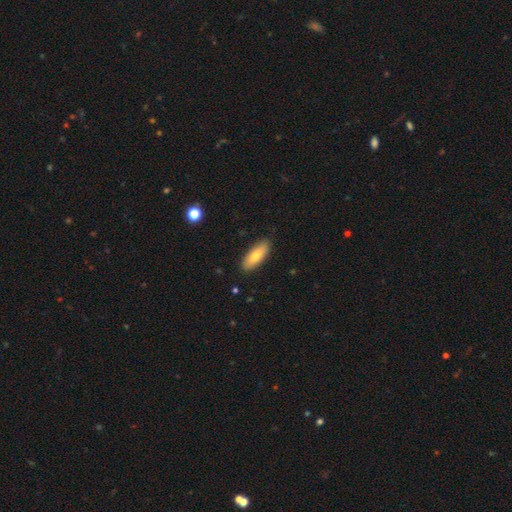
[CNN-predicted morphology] Overall: smooth (77%). How rounded: in between (69%; cigar-shaped 29%). Merging: none (88%).